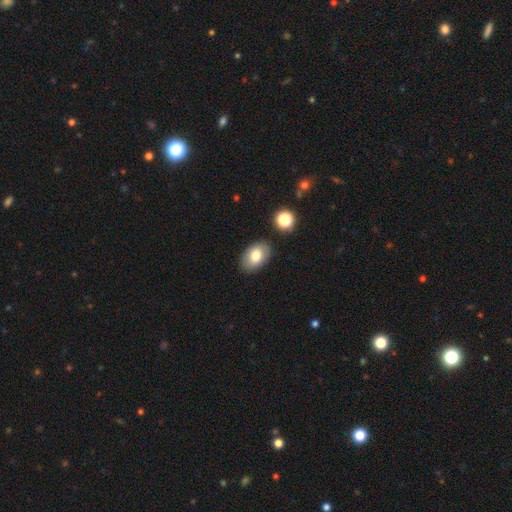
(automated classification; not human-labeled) Smooth or featured? Predicted: smooth (p=0.79). How rounded? Predicted: in between (p=0.88). Merging? Predicted: none (p=0.84).